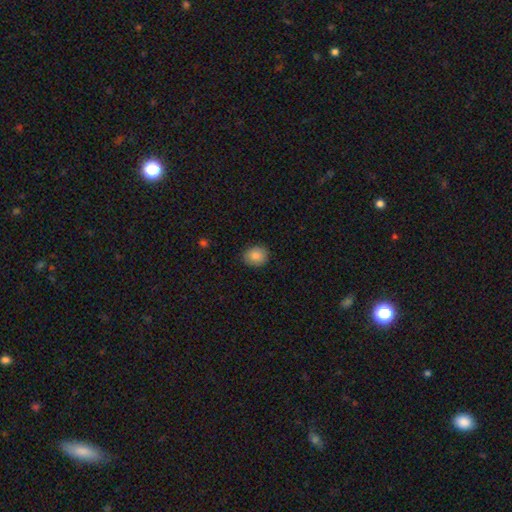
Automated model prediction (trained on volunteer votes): Morphology: type=smooth (87%); roundness=round (59%); merging=none (88%).